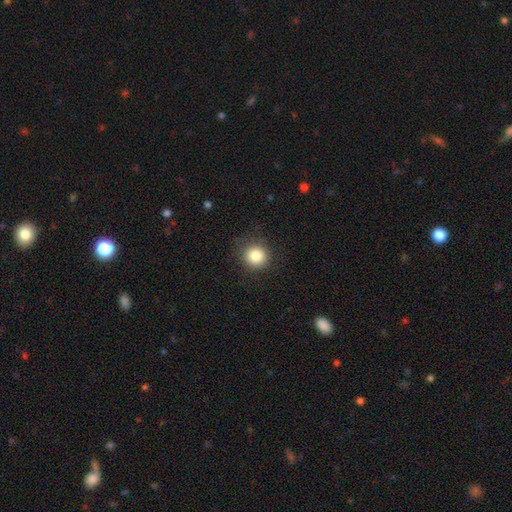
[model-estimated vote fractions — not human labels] smooth_or_featured: smooth (p=0.84) [alt: star or artifact p=0.11]
how_rounded: round (p=0.92) [alt: in between p=0.07]
merging: none (p=0.86) [alt: minor disturbance p=0.10]